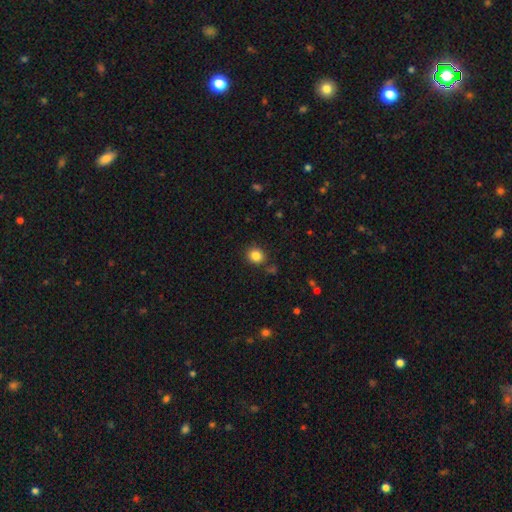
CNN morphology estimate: This appears to be a smooth galaxy with no disk features (84%) that is round (82%). Merging: none (86%).